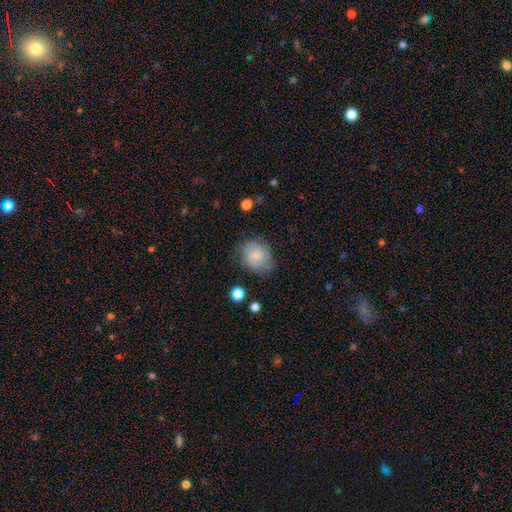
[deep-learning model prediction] Overall: smooth (64%; featured or disk 28%). How rounded: round (59%; in between 40%). Merging: none (68%).